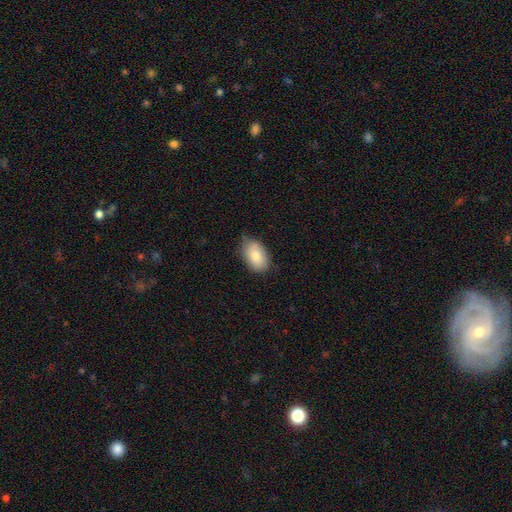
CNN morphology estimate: Overall: smooth (82%). How rounded: in between (91%). Merging: none (71%).